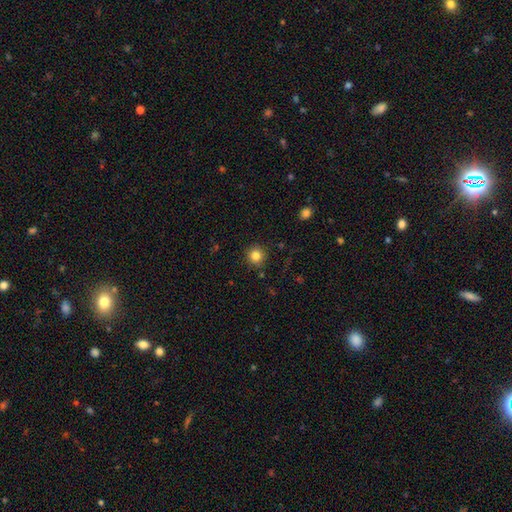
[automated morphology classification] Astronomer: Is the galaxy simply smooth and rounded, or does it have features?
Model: smooth — 82%.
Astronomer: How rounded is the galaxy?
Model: round — 93%.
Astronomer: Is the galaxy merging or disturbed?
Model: none — 89%.